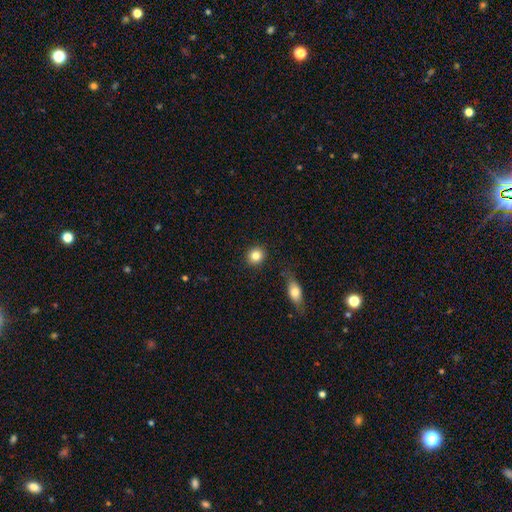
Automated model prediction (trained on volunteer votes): Overall: smooth (84%). How rounded: round (84%). Merging: none (88%).